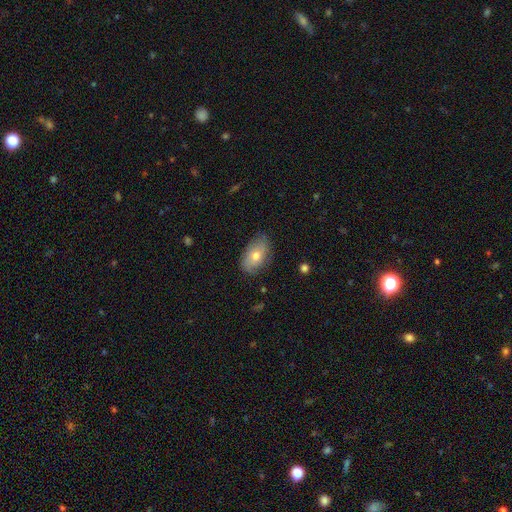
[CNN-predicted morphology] The model was most divided on "smooth or featured": smooth: 65%, featured or disk: 28%, star or artifact: 8%. More confident: how rounded — in between (90%); merging — none (76%).